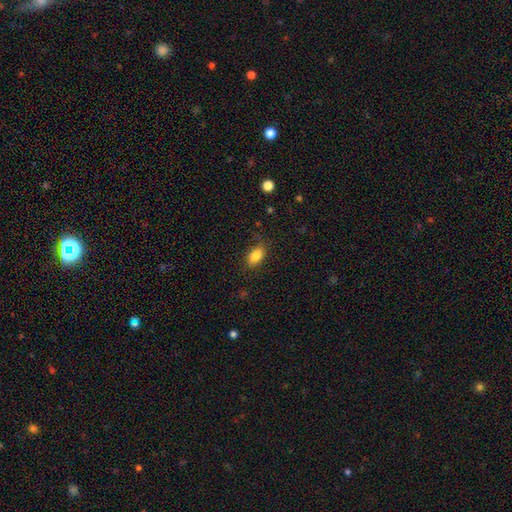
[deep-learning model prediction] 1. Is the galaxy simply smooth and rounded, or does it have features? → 84% smooth, 8% star or artifact, 7% featured or disk.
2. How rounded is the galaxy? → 88% in between, 8% round, 4% cigar-shaped.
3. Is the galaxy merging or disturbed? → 82% none, 14% minor disturbance, 3% major disturbance, 1% merger.